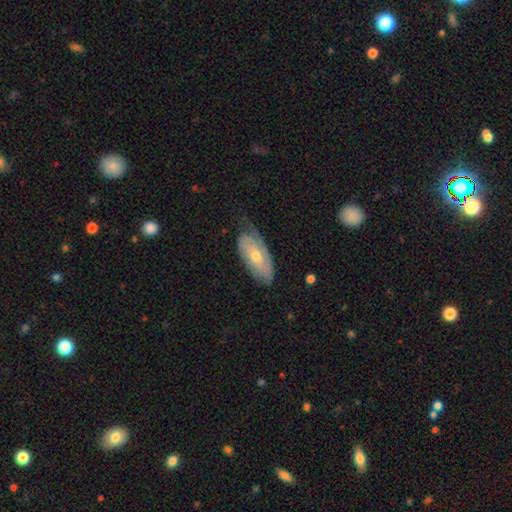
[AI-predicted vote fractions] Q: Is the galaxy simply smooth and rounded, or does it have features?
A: featured or disk — 61%.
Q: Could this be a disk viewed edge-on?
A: no — 89%.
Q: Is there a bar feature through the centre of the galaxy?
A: no — 73%.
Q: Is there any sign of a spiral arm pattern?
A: yes — 77%.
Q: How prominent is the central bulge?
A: moderate — 49%.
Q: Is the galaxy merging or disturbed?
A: none — 52%.